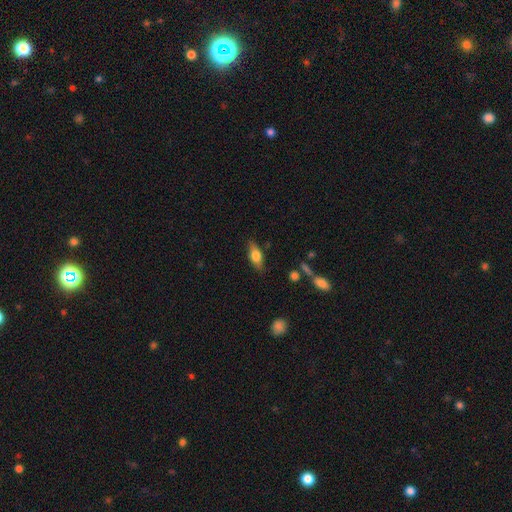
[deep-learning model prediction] This is likely a smooth galaxy (67%). How rounded: likely in between (76%). Merging: clearly none (81%).